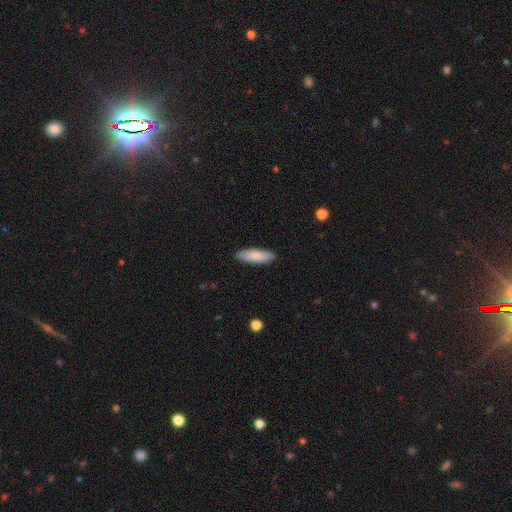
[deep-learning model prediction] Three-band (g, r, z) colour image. It shows a smooth galaxy with no disk features (85%) that is cigar-shaped (50%). Merging: none (89%).